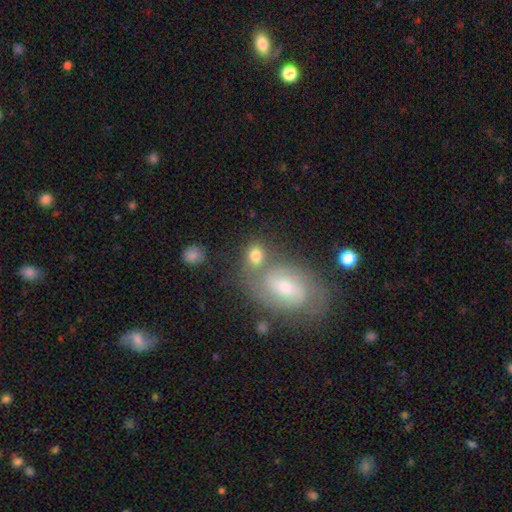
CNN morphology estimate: A smooth galaxy with no disk features (69%) that is round (55%).

Vote fractions:
- Smooth or featured? smooth: 69% / featured or disk: 21% / star or artifact: 10%
- How rounded? round: 55% / in between: 43% / cigar-shaped: 2%
- Merging? none: 54% / merger: 28% / minor disturbance: 13% / major disturbance: 6%